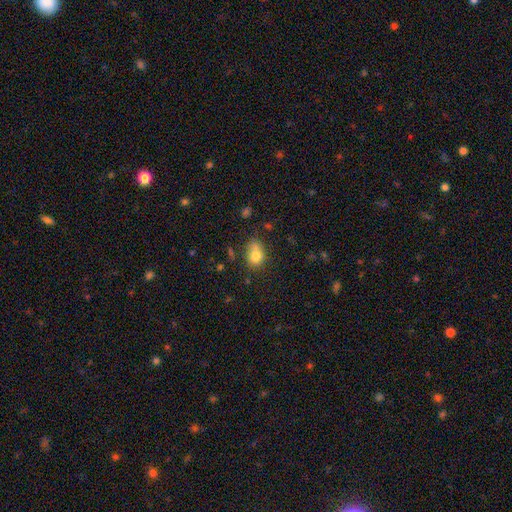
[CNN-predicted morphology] A smooth galaxy with no disk features (79%) that is in between round and cigar-shaped (71%). Merging: none (55%).